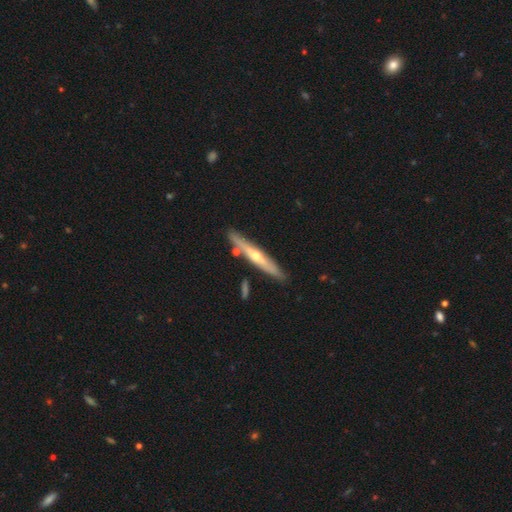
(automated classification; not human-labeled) featured or disk 67%, smooth 28%, star or artifact 6%. Down the decision tree: edge-on disk — yes (93%); edge-on bulge — rounded (83%); merging — none (85%).